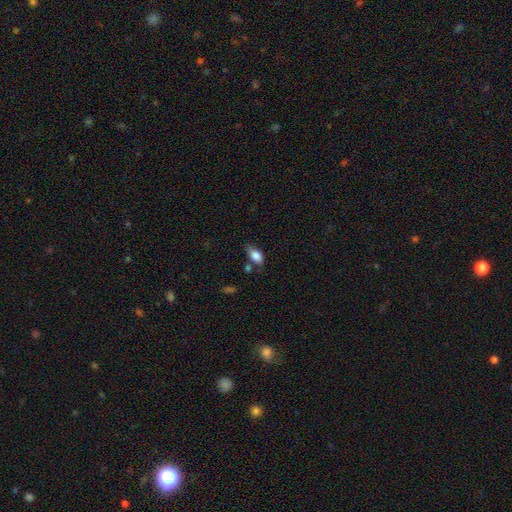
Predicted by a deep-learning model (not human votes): Q: Smooth or featured?
A: smooth (83%); runner-up: featured or disk (9%)
Q: How rounded?
A: in between (88%); runner-up: round (7%)
Q: Merging?
A: none (55%); runner-up: minor disturbance (30%)